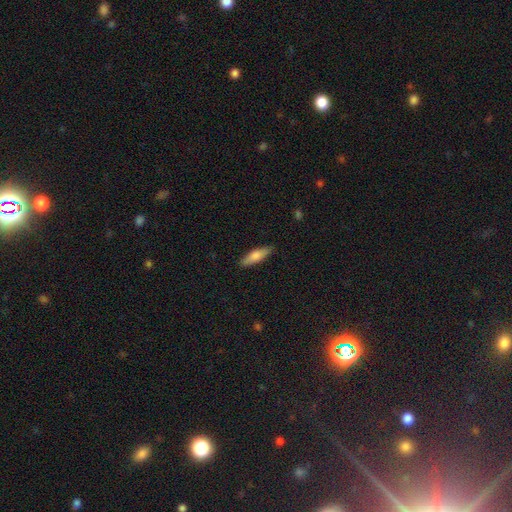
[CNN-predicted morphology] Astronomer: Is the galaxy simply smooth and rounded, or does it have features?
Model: smooth — 72%.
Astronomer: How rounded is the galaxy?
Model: cigar-shaped — 59% (runner-up: in between, 39%).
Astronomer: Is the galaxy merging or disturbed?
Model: none — 87%.